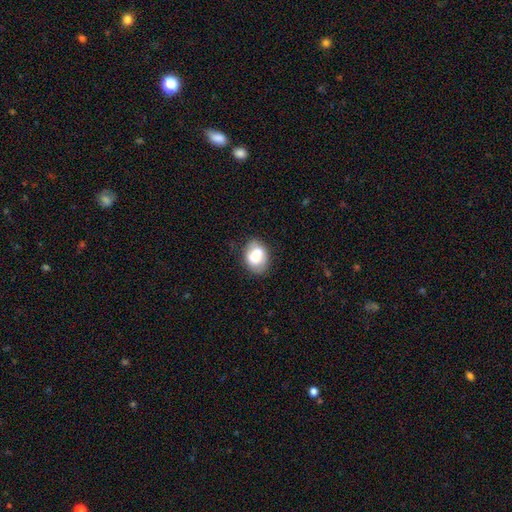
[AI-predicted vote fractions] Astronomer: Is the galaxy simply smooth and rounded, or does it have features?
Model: smooth — 75%.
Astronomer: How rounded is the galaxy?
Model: in between — 70%.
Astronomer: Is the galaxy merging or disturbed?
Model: none — 64%.